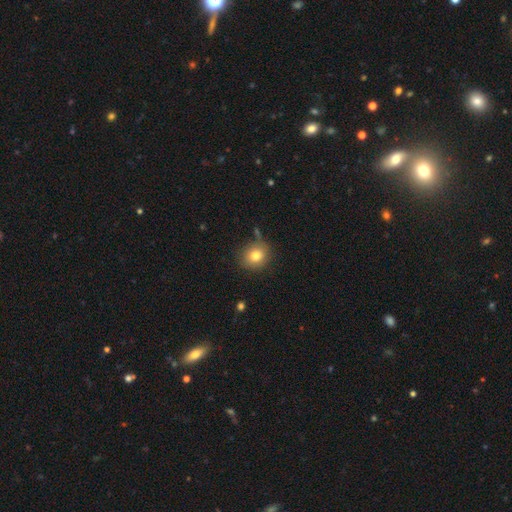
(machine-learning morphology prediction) Smooth or featured?
  - smooth: 79% *
  - star or artifact: 10%
  - featured or disk: 10%
How rounded?
  - round: 76% *
  - in between: 23%
  - cigar-shaped: 1%
Merging?
  - none: 78% *
  - minor disturbance: 14%
  - merger: 4%
  - major disturbance: 4%